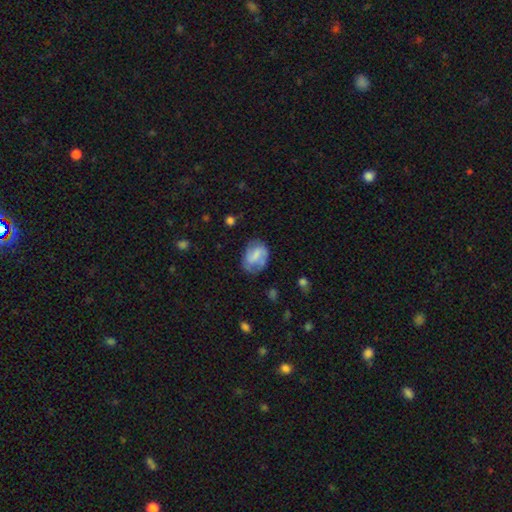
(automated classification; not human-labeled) smooth-or-featured: smooth: 47% | featured or disk: 45% | star or artifact: 8%
  merging: none: 56% | minor disturbance: 27% | major disturbance: 14% | merger: 3%